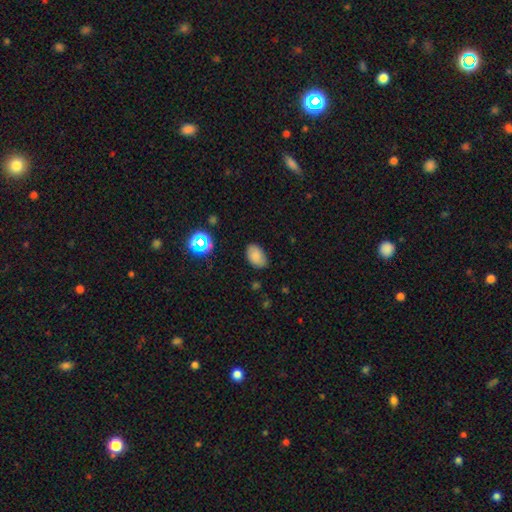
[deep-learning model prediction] Smooth or featured? Predicted: smooth (p=0.82). How rounded? Predicted: in between (p=0.90). Merging? Predicted: none (p=0.80).